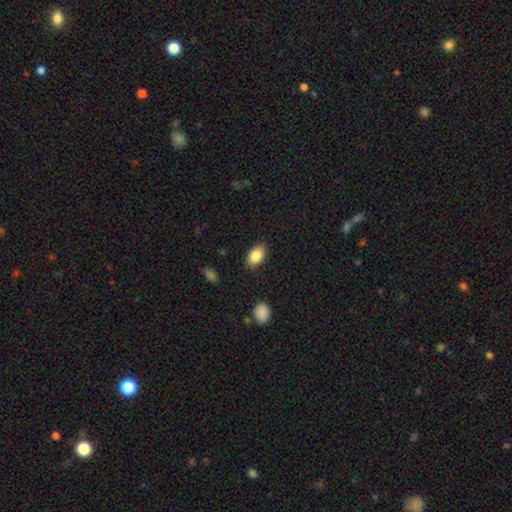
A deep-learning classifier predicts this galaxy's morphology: The model was most divided on "merging": none: 84%, minor disturbance: 12%, major disturbance: 2%, merger: 1%. More confident: how rounded — in between (89%); smooth or featured — smooth (85%).